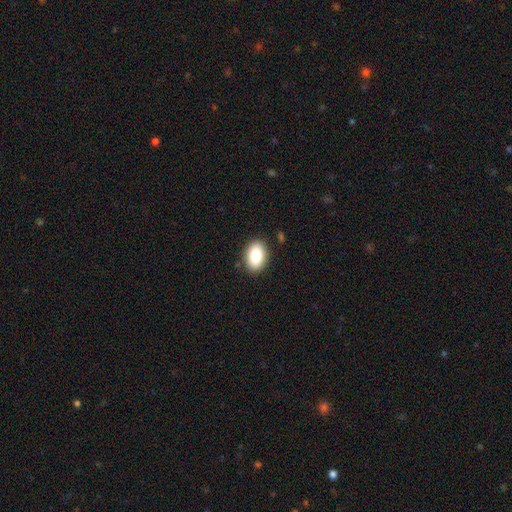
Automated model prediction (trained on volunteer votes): Q: Smooth or featured?
A: smooth (87%); runner-up: star or artifact (7%)
Q: How rounded?
A: in between (88%); runner-up: round (11%)
Q: Merging?
A: none (87%); runner-up: minor disturbance (9%)